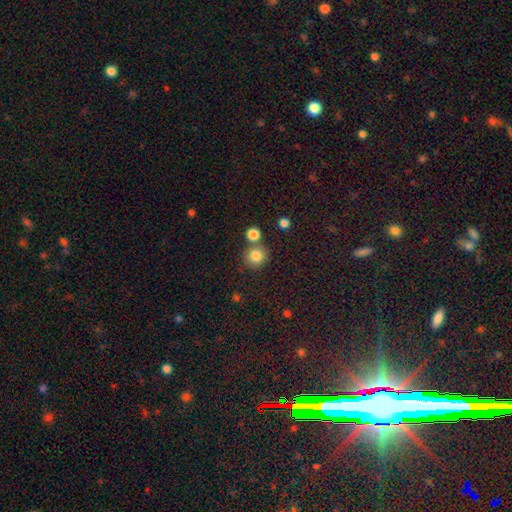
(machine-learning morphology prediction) This appears to be a smooth galaxy with no disk features (82%) that is round (90%). Merging: none (72%).